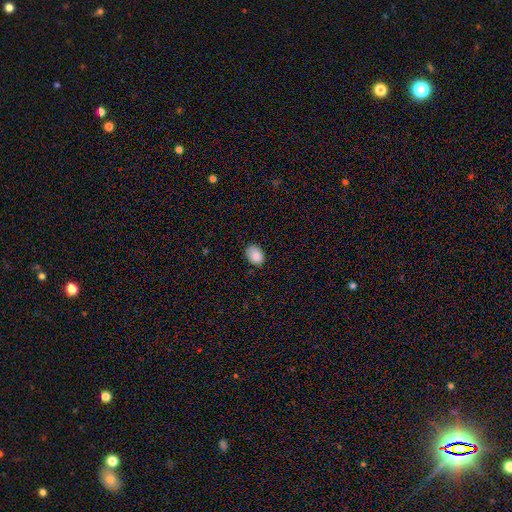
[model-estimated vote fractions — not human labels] A smooth galaxy with no disk features (86%) that is in between round and cigar-shaped (71%).

Vote fractions:
- Smooth or featured? smooth: 86% / star or artifact: 8% / featured or disk: 6%
- How rounded? in between: 71% / round: 28% / cigar-shaped: 1%
- Merging? none: 75% / minor disturbance: 21% / major disturbance: 3% / merger: 1%